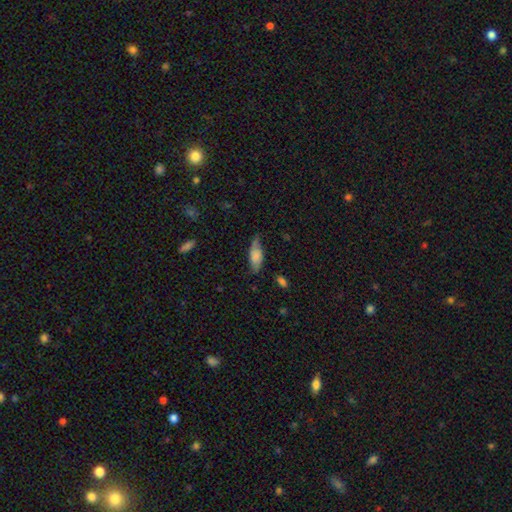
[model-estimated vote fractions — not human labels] smooth 60%, featured or disk 32%, star or artifact 8%. Down the decision tree: how rounded — in between (79%); merging — none (56%).